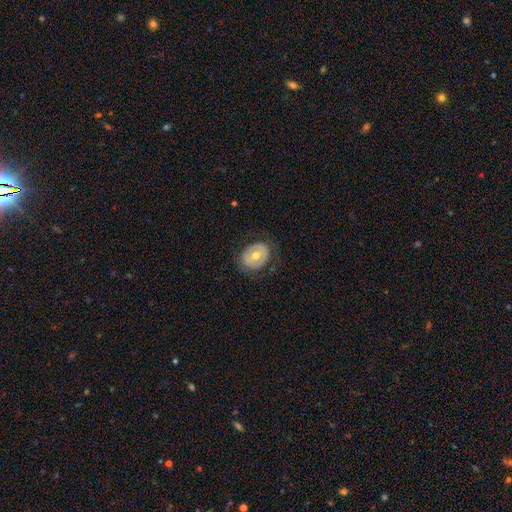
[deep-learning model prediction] Smooth or featured?
  - featured or disk: 47% *
  - smooth: 46%
  - star or artifact: 7%
Merging?
  - none: 76% *
  - minor disturbance: 15%
  - major disturbance: 7%
  - merger: 1%